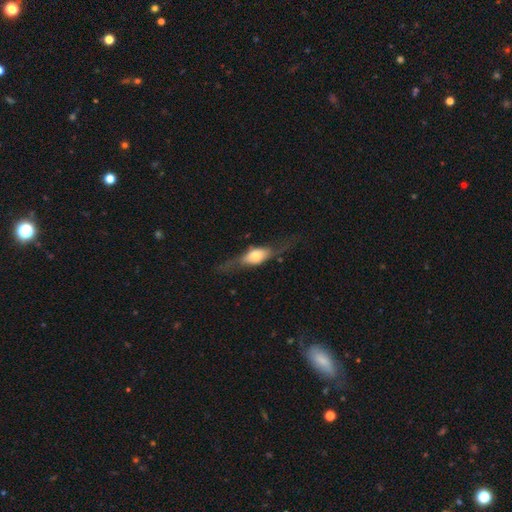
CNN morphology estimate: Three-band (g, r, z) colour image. It shows a featured or disk galaxy (58%) viewed edge-on (71%). Merging: none (60%).